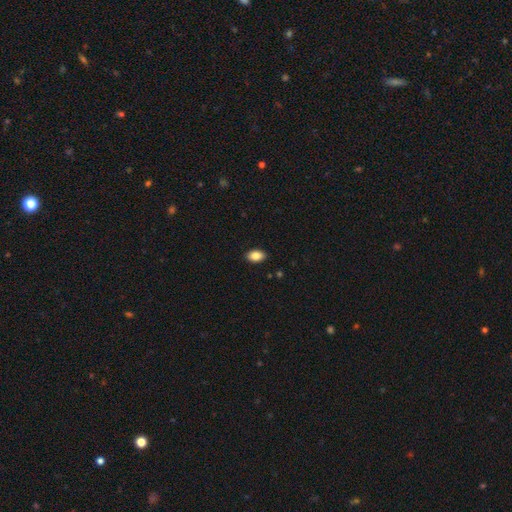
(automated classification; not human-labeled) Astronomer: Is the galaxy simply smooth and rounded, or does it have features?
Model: smooth — 86%.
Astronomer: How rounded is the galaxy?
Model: in between — 91%.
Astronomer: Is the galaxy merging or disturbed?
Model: none — 89%.